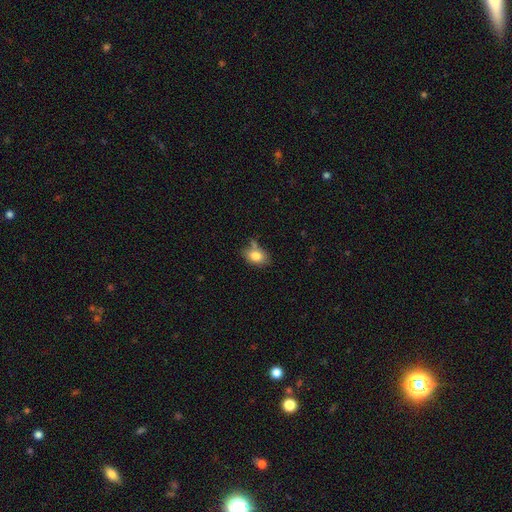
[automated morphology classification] A smooth galaxy with no disk features (81%) that is in between round and cigar-shaped (80%). Merging: none (59%).